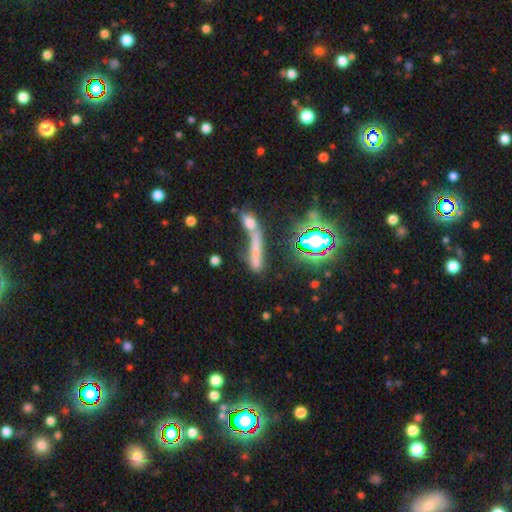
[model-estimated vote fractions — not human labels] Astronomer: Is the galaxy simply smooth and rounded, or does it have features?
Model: smooth — 56%.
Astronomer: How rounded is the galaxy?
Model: cigar-shaped — 72%.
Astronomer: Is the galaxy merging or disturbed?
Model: merger — 50% (runner-up: none, 28%).